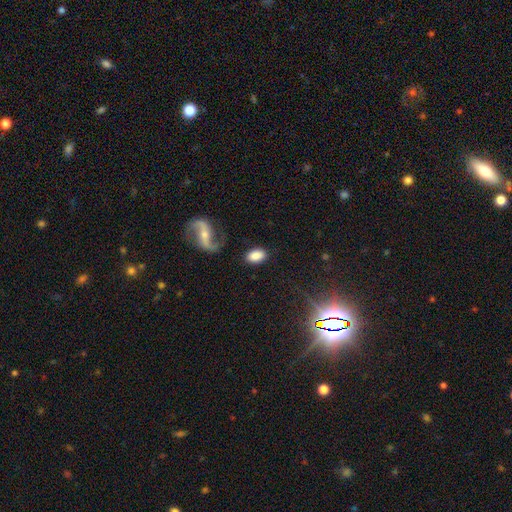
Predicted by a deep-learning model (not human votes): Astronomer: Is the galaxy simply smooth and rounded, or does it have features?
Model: smooth — 77%.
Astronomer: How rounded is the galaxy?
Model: in between — 91%.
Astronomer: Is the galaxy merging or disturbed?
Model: none — 80%.